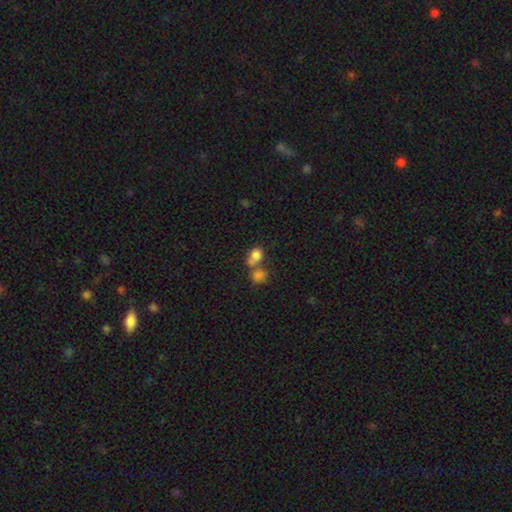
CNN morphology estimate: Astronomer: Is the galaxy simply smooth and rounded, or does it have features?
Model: smooth — 79%.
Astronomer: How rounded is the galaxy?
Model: round — 50% (runner-up: in between, 49%).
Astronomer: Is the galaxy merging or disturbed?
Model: merger — 56%.